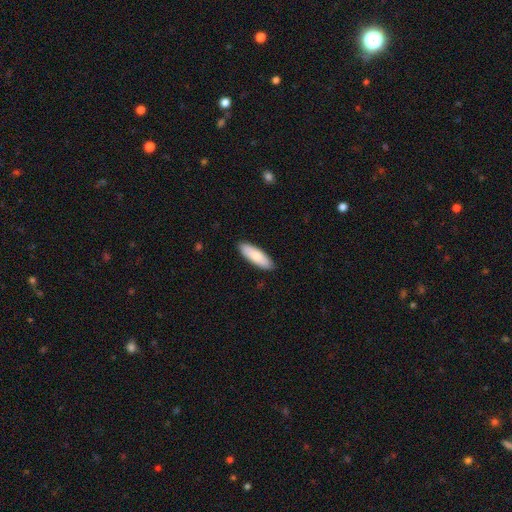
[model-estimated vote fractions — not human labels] A smooth galaxy with no disk features (85%) that is in between round and cigar-shaped (56%).

Vote fractions:
- Smooth or featured? smooth: 85% / featured or disk: 10% / star or artifact: 5%
- How rounded? in between: 56% / cigar-shaped: 43% / round: 2%
- Merging? none: 90% / minor disturbance: 8% / major disturbance: 1% / merger: 1%